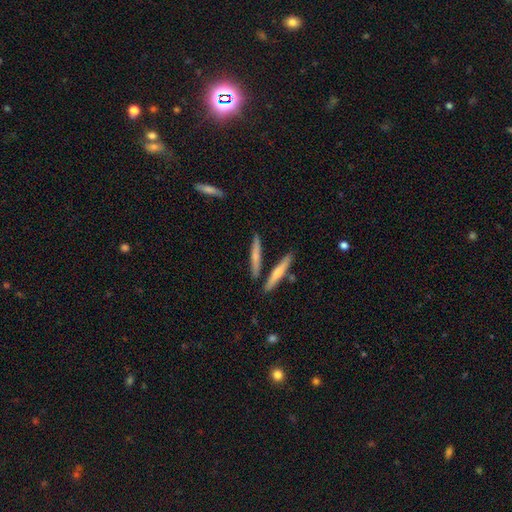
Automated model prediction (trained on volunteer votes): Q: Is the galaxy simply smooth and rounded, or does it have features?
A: smooth — 52%.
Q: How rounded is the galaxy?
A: cigar-shaped — 91%.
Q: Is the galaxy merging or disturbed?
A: none — 80%.